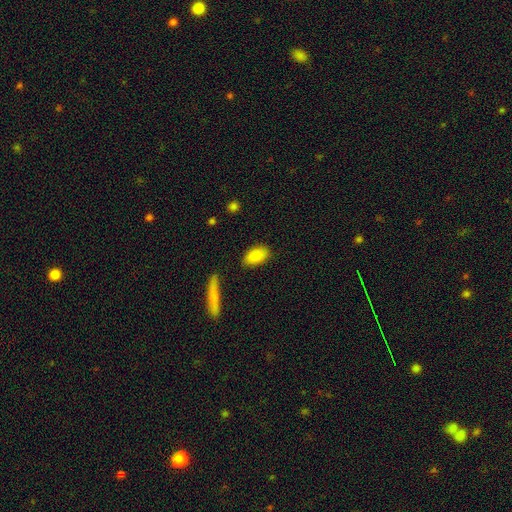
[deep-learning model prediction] The model was most divided on "merging": none: 83%, minor disturbance: 12%, major disturbance: 3%, merger: 2%. More confident: how rounded — in between (90%); smooth or featured — smooth (85%).